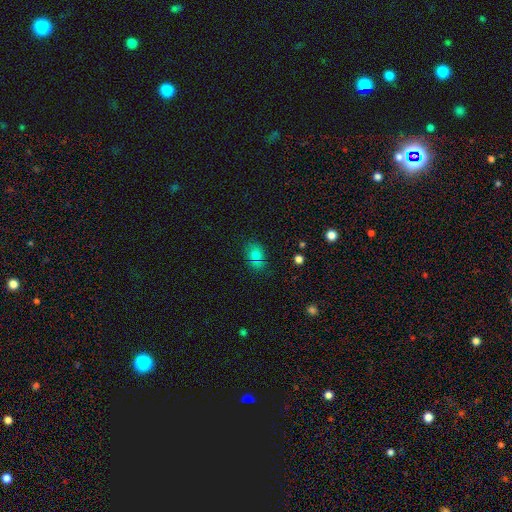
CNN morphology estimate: Overall: smooth (75%). How rounded: in between (69%; round 29%). Merging: none (69%).